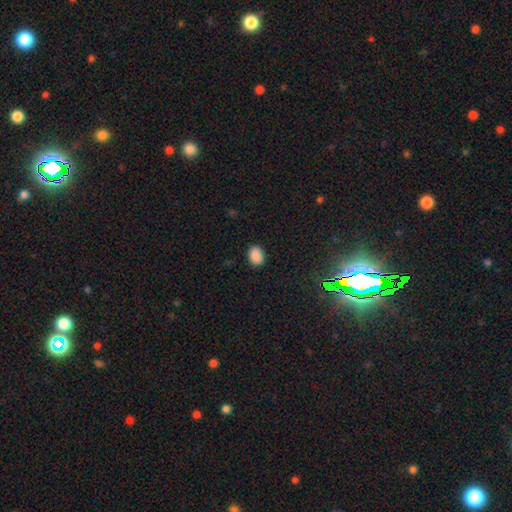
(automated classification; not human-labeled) This is clearly a smooth galaxy (88%). How rounded: likely in between (67%). Merging: clearly none (88%).